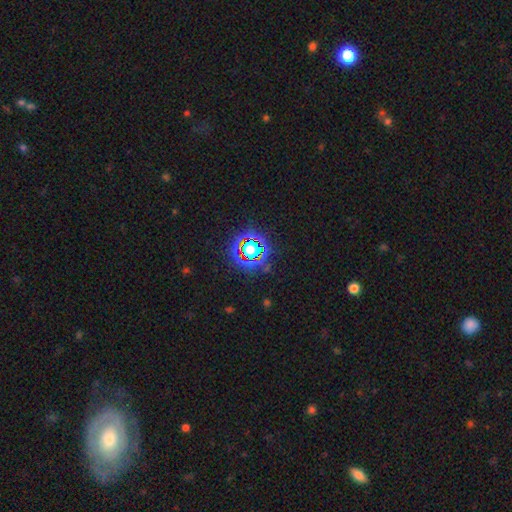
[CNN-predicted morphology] Smooth or featured? Predicted: star or artifact (p=0.78).